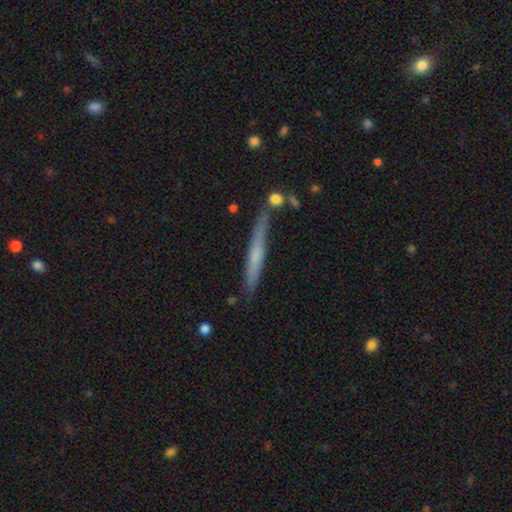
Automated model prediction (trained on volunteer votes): Smooth or featured?
  - smooth: 48% *
  - featured or disk: 46%
  - star or artifact: 6%
Merging?
  - none: 79% *
  - minor disturbance: 13%
  - merger: 5%
  - major disturbance: 3%